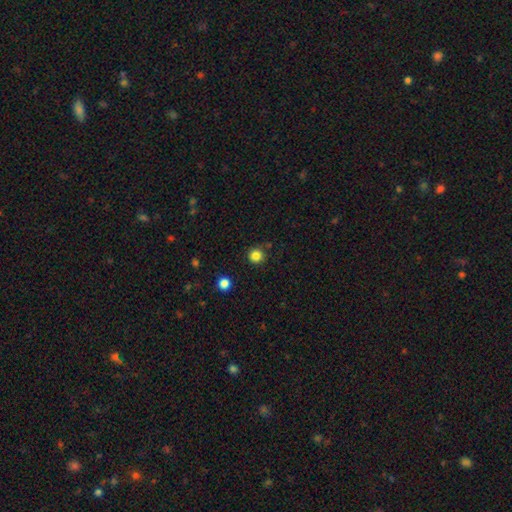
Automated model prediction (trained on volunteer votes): Smooth or featured?
  - smooth: 83% *
  - star or artifact: 13%
  - featured or disk: 4%
How rounded?
  - round: 94% *
  - in between: 5%
  - cigar-shaped: 1%
Merging?
  - none: 86% *
  - minor disturbance: 9%
  - major disturbance: 3%
  - merger: 2%